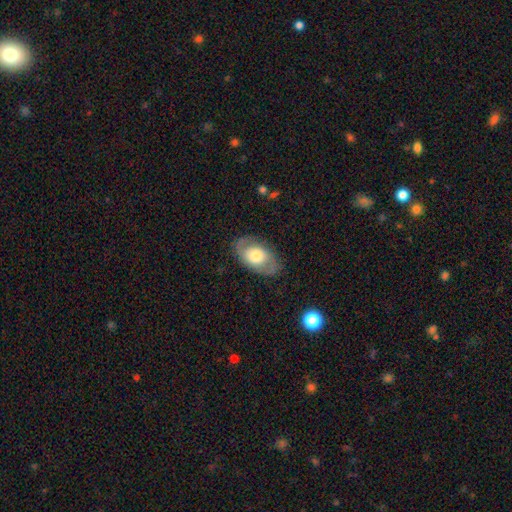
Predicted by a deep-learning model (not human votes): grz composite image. It shows a featured or disk galaxy (50%). Merging: none (80%).